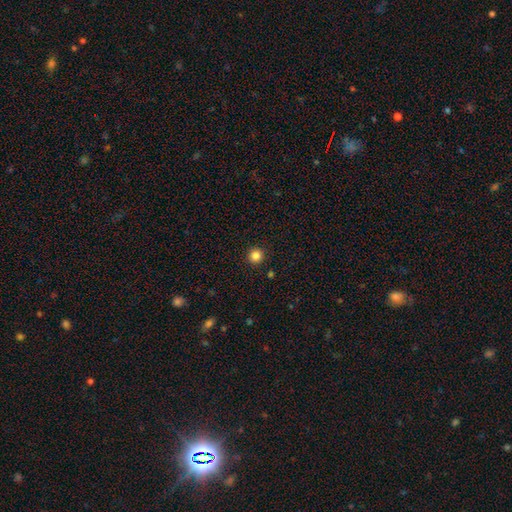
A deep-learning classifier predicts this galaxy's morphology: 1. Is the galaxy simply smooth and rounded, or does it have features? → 84% smooth, 12% star or artifact, 4% featured or disk.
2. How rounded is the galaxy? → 96% round, 4% in between, 1% cigar-shaped.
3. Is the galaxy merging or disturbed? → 93% none, 4% minor disturbance, 2% major disturbance, 1% merger.